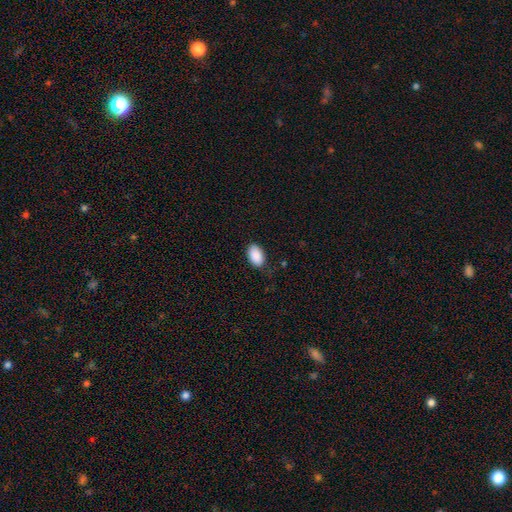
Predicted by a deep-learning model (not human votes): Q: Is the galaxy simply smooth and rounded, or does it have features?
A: smooth — 90%.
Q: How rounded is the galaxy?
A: in between — 92%.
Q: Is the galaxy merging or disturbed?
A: none — 82%.